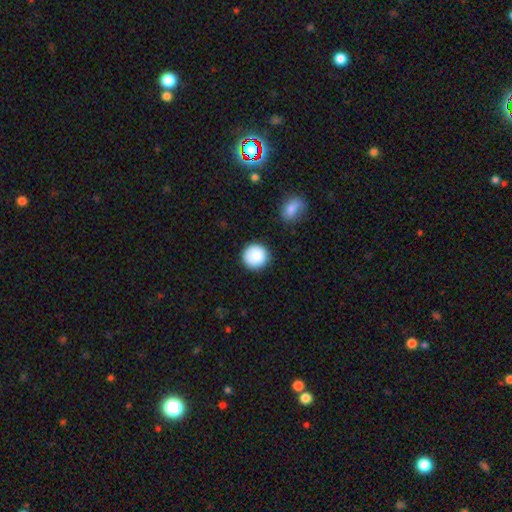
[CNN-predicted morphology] type=smooth (87%); roundness=round (95%); merging=none (89%).